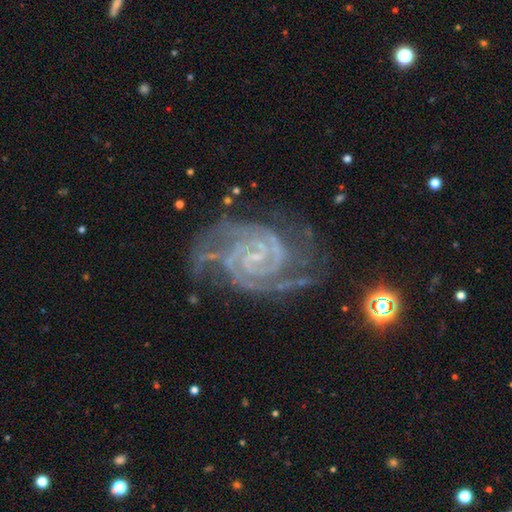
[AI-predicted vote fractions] This is clearly a featured or disk galaxy (93%). It is clearly not viewed edge-on (98%). Bar: marginally no (42%). Spiral arm pattern: clearly yes (99%). Spiral arm count: possibly 2 (51%). Spiral winding: likely tight (71%). Central bulge: likely small (76%). Merging: likely none (65%).